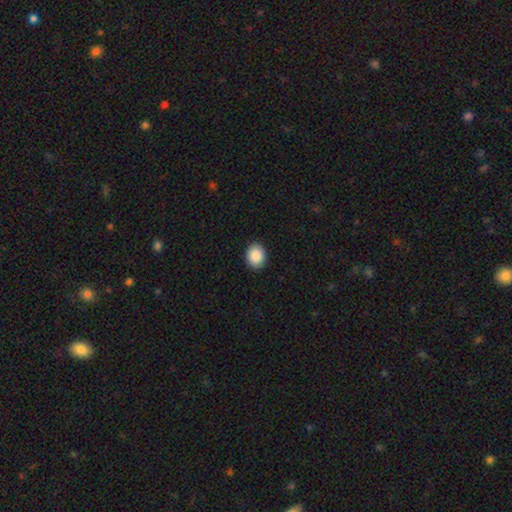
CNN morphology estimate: A smooth galaxy with no disk features (89%) that is round (53%).

Vote fractions:
- Smooth or featured? smooth: 89% / star or artifact: 7% / featured or disk: 3%
- How rounded? round: 53% / in between: 46% / cigar-shaped: 1%
- Merging? none: 91% / minor disturbance: 6% / major disturbance: 2% / merger: 1%